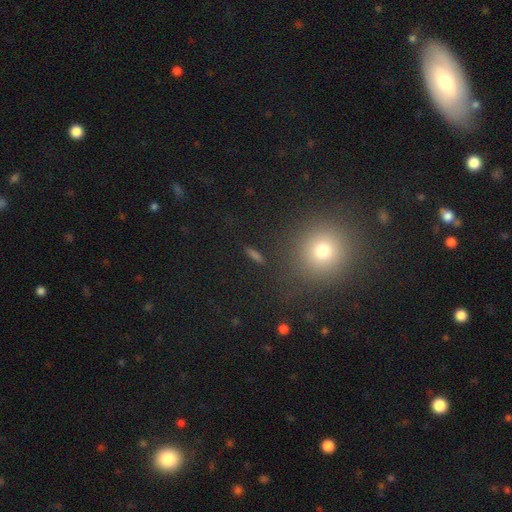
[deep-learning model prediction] Morphology: type=smooth (54%); roundness=round (50%); merging=none (87%).